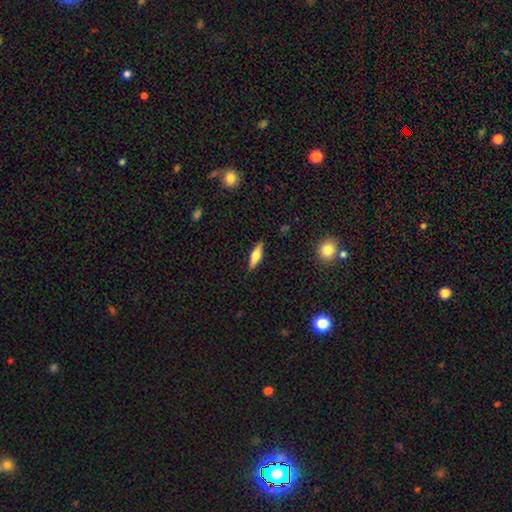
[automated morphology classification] A smooth galaxy with no disk features (52%) that is cigar-shaped (55%). Merging: none (88%).